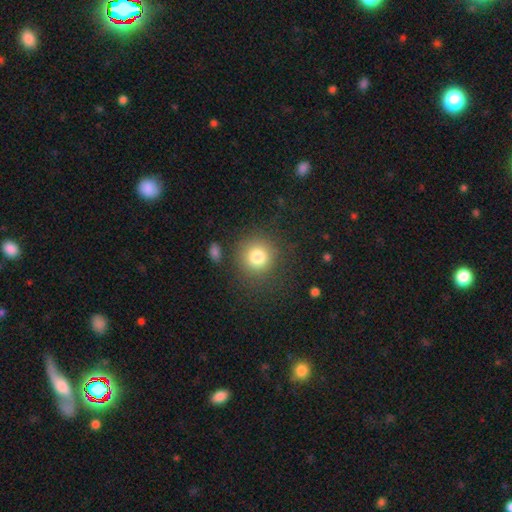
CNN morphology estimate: Q: Smooth or featured?
A: smooth (80%); runner-up: star or artifact (12%)
Q: How rounded?
A: round (92%); runner-up: in between (7%)
Q: Merging?
A: none (84%); runner-up: minor disturbance (9%)